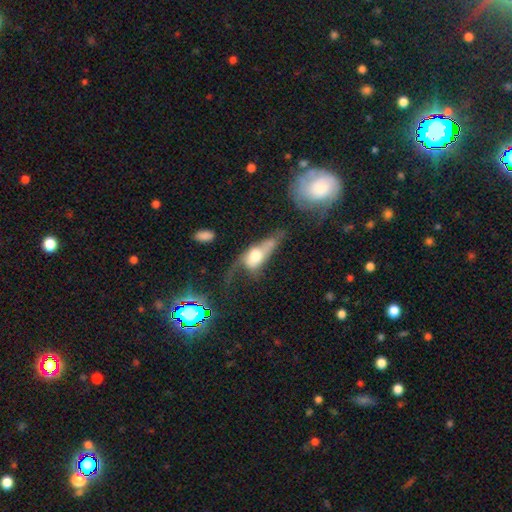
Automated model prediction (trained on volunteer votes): featured or disk 47%, smooth 44%, star or artifact 9%. Down the decision tree: merging — major disturbance (52%).